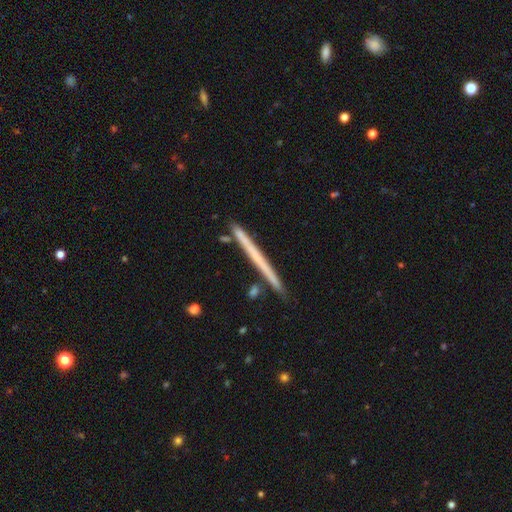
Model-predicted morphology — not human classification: This is possibly a featured or disk galaxy (50%). It is clearly viewed edge-on (97%). Merging: clearly none (87%).